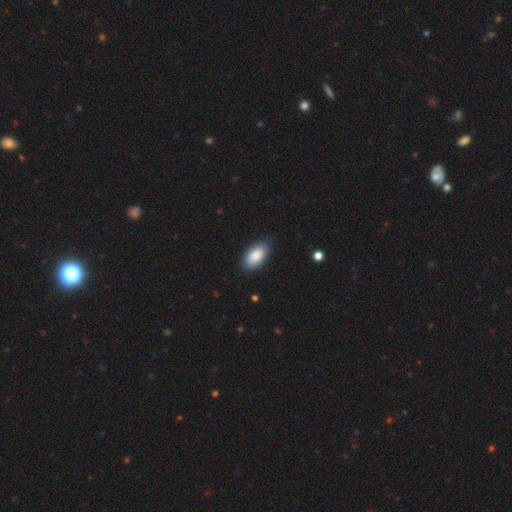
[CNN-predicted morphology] Smooth or featured?
  - smooth: 87% *
  - featured or disk: 7%
  - star or artifact: 6%
How rounded?
  - in between: 94% *
  - round: 3%
  - cigar-shaped: 3%
Merging?
  - none: 82% *
  - minor disturbance: 14%
  - major disturbance: 3%
  - merger: 1%